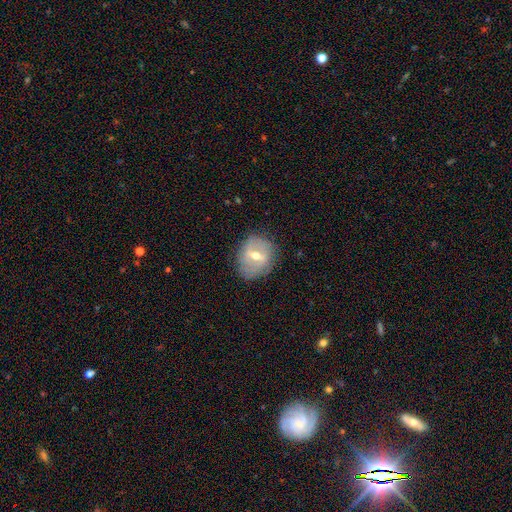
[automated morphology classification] smooth-or-featured: featured or disk: 59% | smooth: 33% | star or artifact: 9%
  disk-edge-on: no: 92% | yes: 8%
    bar: weak: 49% | strong: 36% | no: 15%
    has-spiral-arms: no: 55% | yes: 45%
    bulge-size: moderate: 70% | small: 24% | large: 4% | none: 1% | dominant: 1%
  merging: none: 76% | minor disturbance: 17% | major disturbance: 5% | merger: 1%